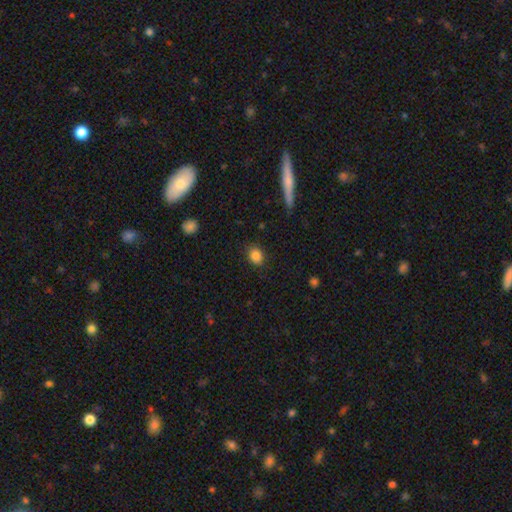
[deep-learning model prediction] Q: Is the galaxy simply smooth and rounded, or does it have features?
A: smooth — 85%.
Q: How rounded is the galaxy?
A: round — 55%.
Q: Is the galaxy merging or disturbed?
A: none — 84%.